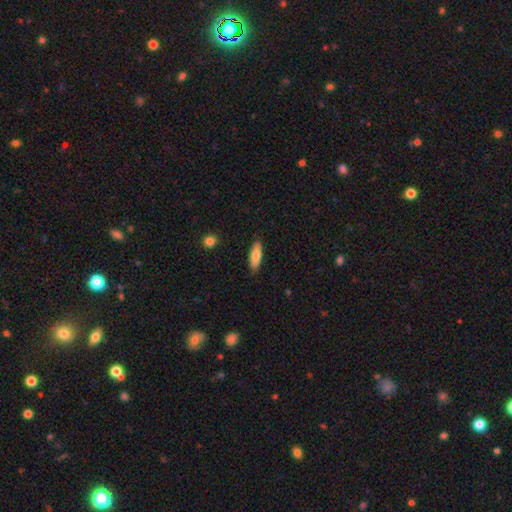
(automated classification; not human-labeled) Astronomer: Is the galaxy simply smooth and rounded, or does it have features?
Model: smooth — 79%.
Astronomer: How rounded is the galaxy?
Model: in between — 54% (runner-up: cigar-shaped, 44%).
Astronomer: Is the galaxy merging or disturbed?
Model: none — 87%.